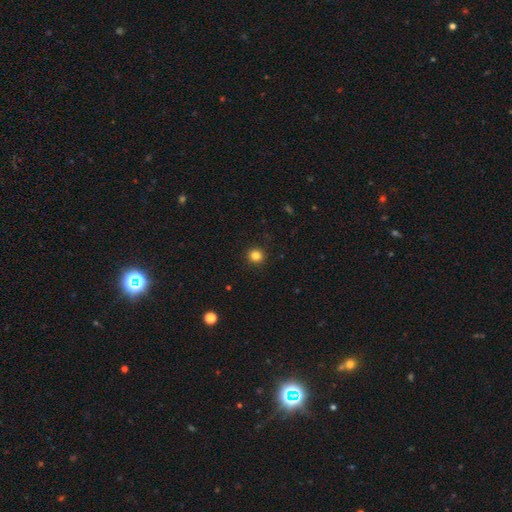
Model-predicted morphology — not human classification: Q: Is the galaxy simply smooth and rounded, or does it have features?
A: smooth — 83%.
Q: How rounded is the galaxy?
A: round — 92%.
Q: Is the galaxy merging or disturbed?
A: none — 92%.